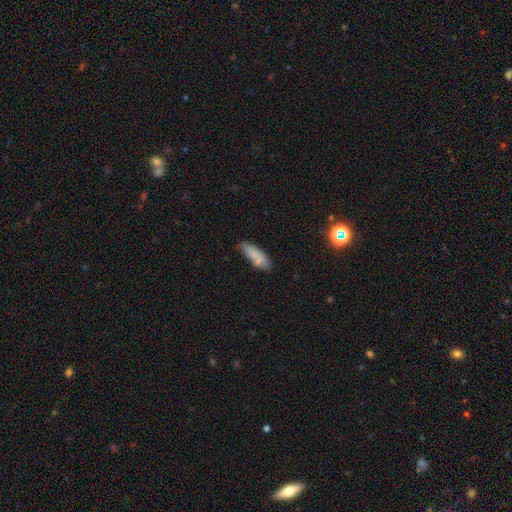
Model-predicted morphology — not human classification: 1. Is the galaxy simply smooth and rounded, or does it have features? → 77% smooth, 14% featured or disk, 9% star or artifact.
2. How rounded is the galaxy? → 58% in between, 40% cigar-shaped, 2% round.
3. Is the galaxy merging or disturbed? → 58% none, 25% minor disturbance, 10% merger, 7% major disturbance.